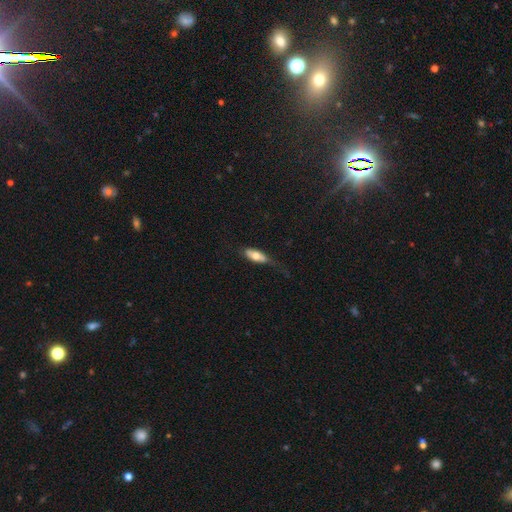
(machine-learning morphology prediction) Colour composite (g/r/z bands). It shows a smooth galaxy with no disk features (67%) that is in between round and cigar-shaped (73%). Merging: none (45%).